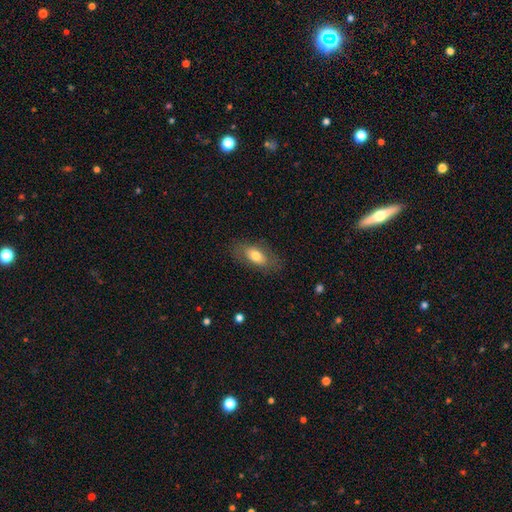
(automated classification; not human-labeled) Q: Smooth or featured?
A: smooth (69%); runner-up: featured or disk (24%)
Q: How rounded?
A: in between (87%); runner-up: cigar-shaped (8%)
Q: Merging?
A: none (80%); runner-up: minor disturbance (14%)